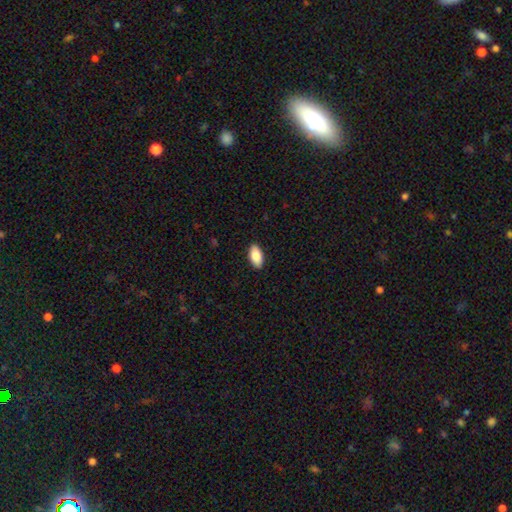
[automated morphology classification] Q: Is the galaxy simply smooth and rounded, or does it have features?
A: smooth — 86%.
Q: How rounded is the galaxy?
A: in between — 93%.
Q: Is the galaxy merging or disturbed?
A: none — 90%.